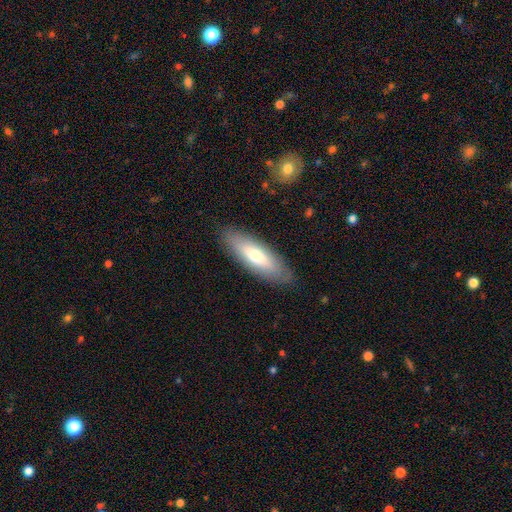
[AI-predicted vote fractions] The model was most divided on "how rounded": in between: 54%, cigar-shaped: 44%, round: 2%. More confident: merging — none (87%); smooth or featured — smooth (65%).